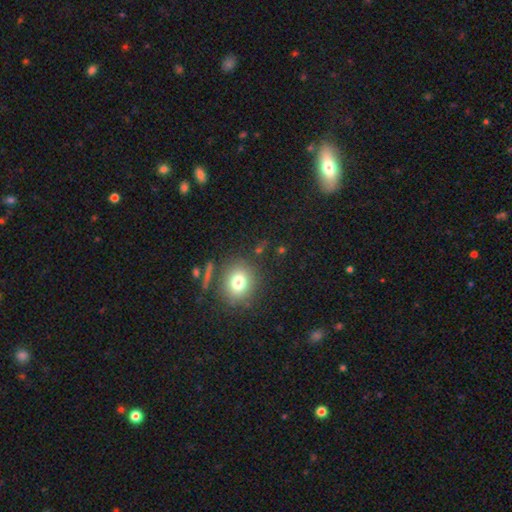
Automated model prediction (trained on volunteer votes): Smooth or featured?
  - smooth: 56% *
  - star or artifact: 32%
  - featured or disk: 12%
How rounded?
  - round: 78% *
  - in between: 20%
  - cigar-shaped: 2%
Merging?
  - none: 79% *
  - minor disturbance: 10%
  - merger: 6%
  - major disturbance: 4%